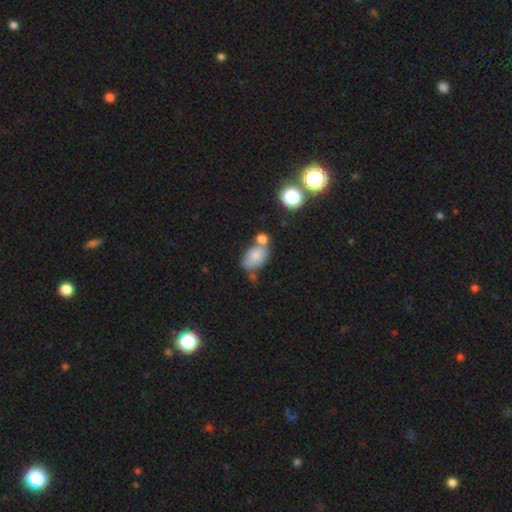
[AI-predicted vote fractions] smooth-or-featured: smooth: 74% | featured or disk: 16% | star or artifact: 9%
  how-rounded: in between: 88% | round: 11% | cigar-shaped: 2%
  merging: none: 44% | merger: 31% | minor disturbance: 19% | major disturbance: 7%